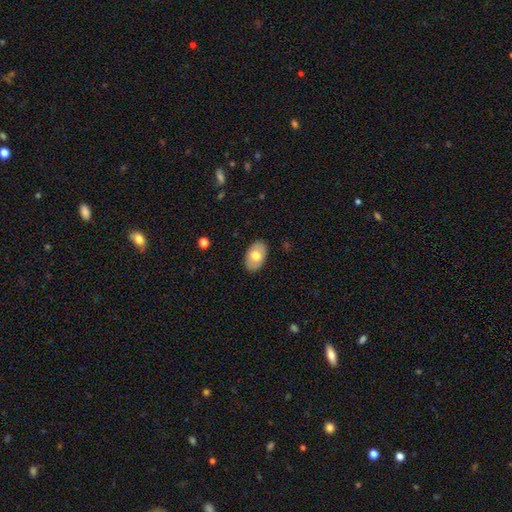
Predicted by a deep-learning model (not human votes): Smooth or featured? Predicted: smooth (p=0.72). How rounded? Predicted: in between (p=0.92). Merging? Predicted: none (p=0.88).